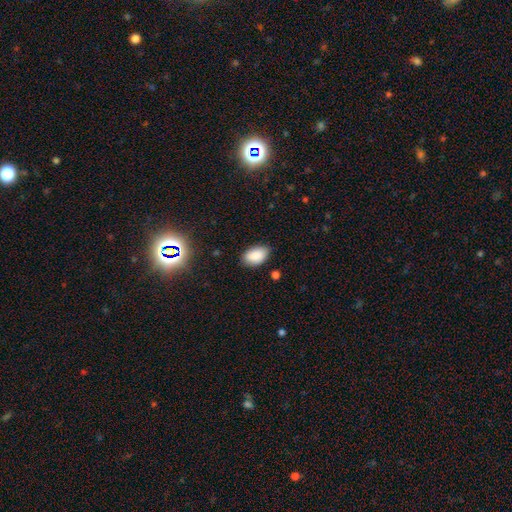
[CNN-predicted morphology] Q: Smooth or featured?
A: smooth (86%); runner-up: star or artifact (8%)
Q: How rounded?
A: in between (93%); runner-up: round (6%)
Q: Merging?
A: none (81%); runner-up: minor disturbance (15%)